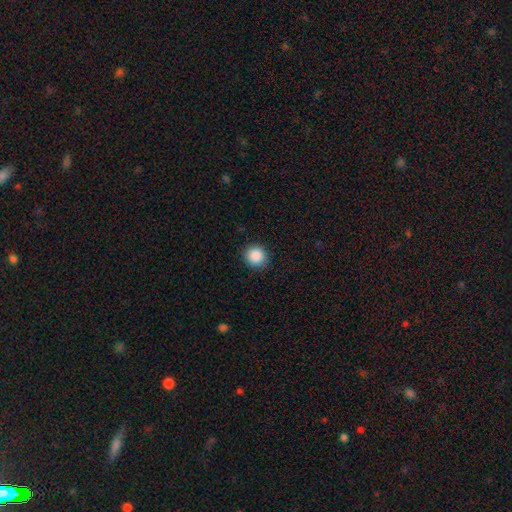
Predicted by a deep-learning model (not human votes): Smooth or featured? smooth (88%)
How rounded? round (91%)
Merging? none (91%)